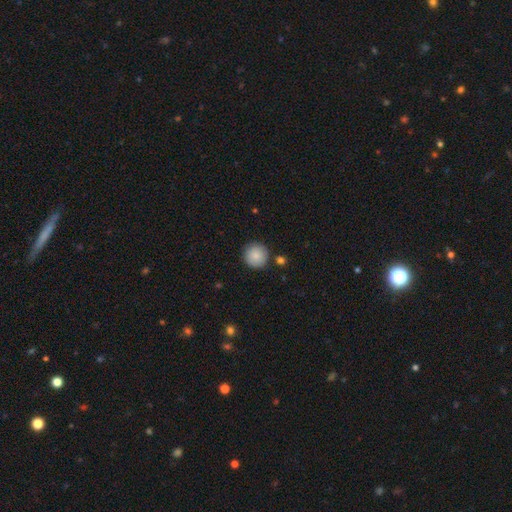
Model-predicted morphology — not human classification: Smooth or featured? smooth (87%)
How rounded? round (95%)
Merging? none (87%)